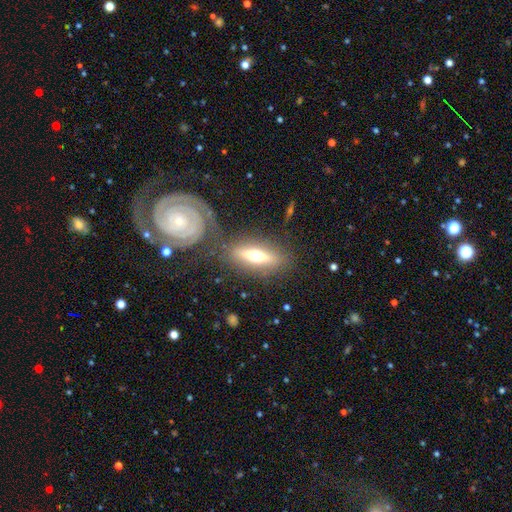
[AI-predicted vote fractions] Smooth or featured? featured or disk (49%)
Merging? none (75%)